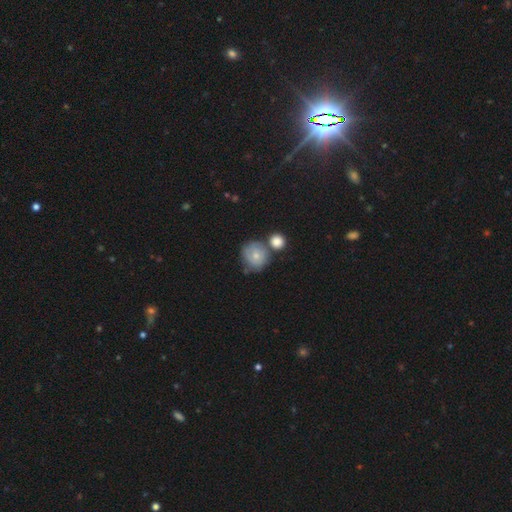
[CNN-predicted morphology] This is likely a smooth galaxy (62%). How rounded: clearly round (87%). Merging: possibly none (55%).